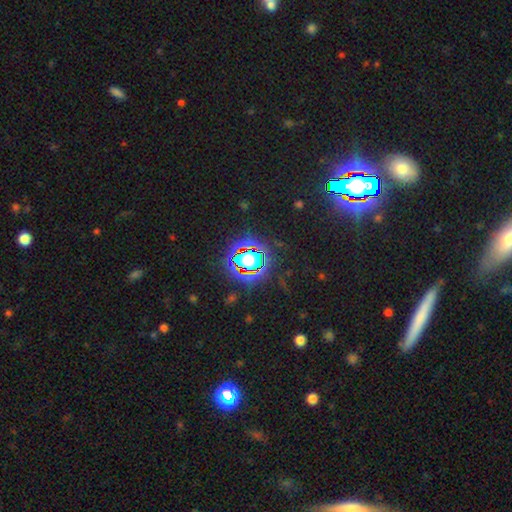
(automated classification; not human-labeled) Overall: star or artifact (74%).